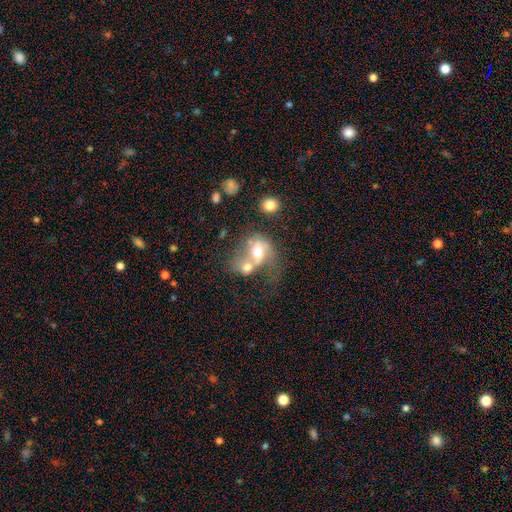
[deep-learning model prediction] The model was most divided on "smooth or featured": featured or disk: 48%, smooth: 41%, star or artifact: 11%. More confident: merging — merger (73%).